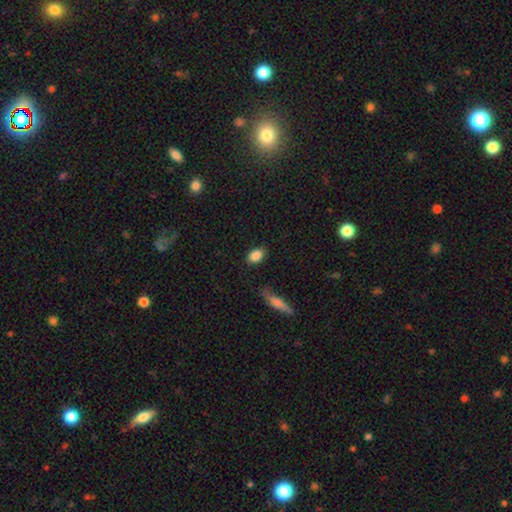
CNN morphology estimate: A smooth galaxy with no disk features (87%) that is in between round and cigar-shaped (82%).

Vote fractions:
- Smooth or featured? smooth: 87% / star or artifact: 7% / featured or disk: 6%
- How rounded? in between: 82% / round: 16% / cigar-shaped: 3%
- Merging? none: 85% / minor disturbance: 10% / major disturbance: 3% / merger: 2%